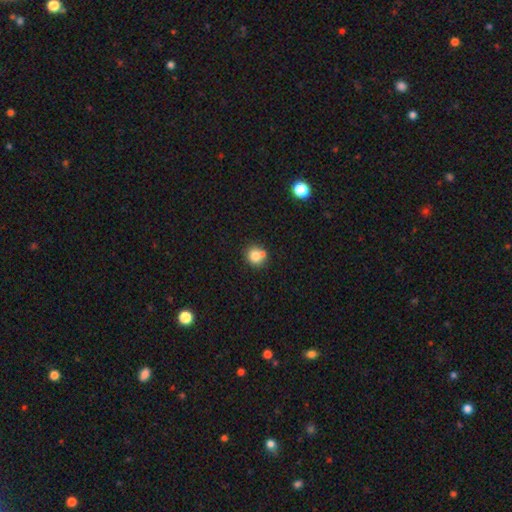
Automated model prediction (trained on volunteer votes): The model was most divided on "merging": none: 59%, merger: 28%, minor disturbance: 10%, major disturbance: 3%. More confident: how rounded — round (87%); smooth or featured — smooth (78%).